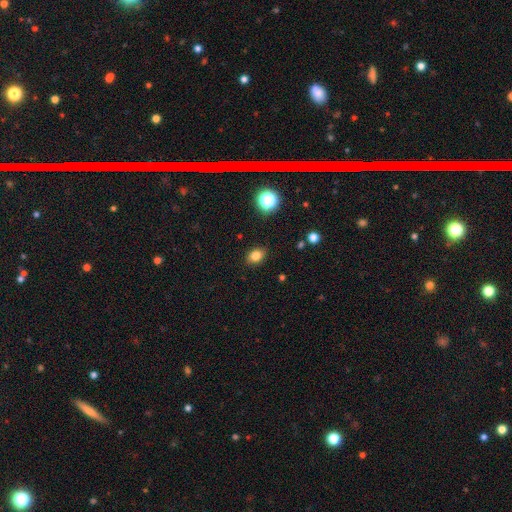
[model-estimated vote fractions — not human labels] Overall: smooth (82%). How rounded: in between (67%; round 32%). Merging: none (88%).